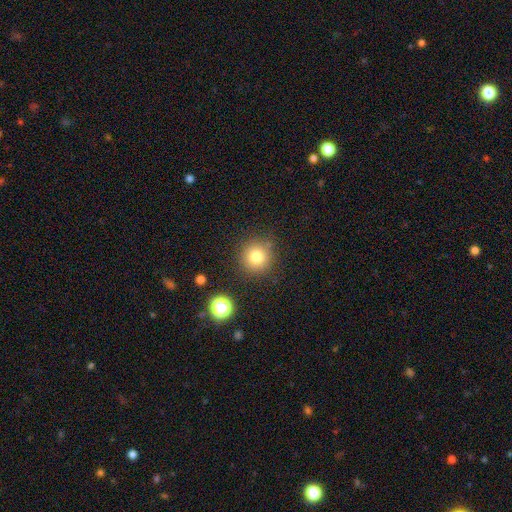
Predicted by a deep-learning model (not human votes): Smooth or featured? smooth (80%)
How rounded? round (94%)
Merging? none (85%)